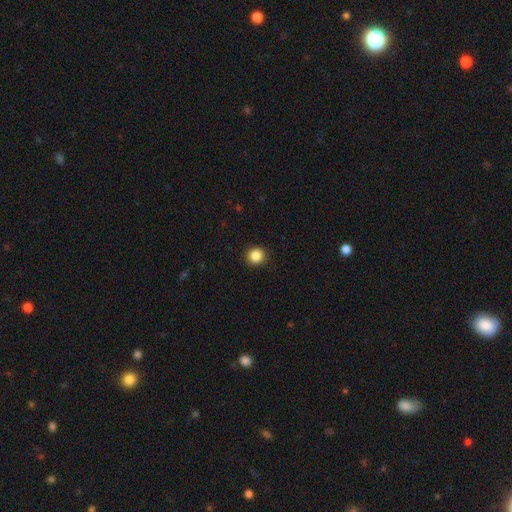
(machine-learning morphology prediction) smooth 86%, star or artifact 11%, featured or disk 4%. Down the decision tree: how rounded — round (94%); merging — none (92%).